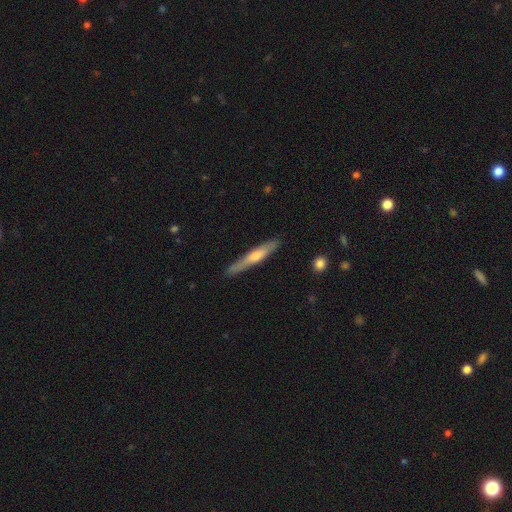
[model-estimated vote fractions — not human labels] This is possibly a featured or disk galaxy (53%). It is clearly viewed edge-on (94%). Merging: clearly none (85%).